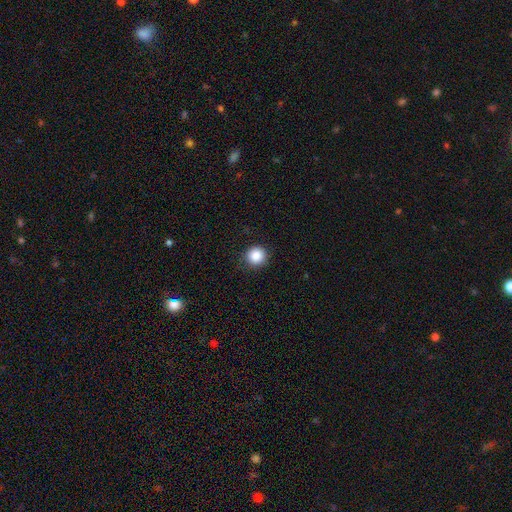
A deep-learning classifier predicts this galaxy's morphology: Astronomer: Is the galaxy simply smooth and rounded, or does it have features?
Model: smooth — 86%.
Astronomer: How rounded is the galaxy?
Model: round — 94%.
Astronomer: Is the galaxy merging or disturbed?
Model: none — 90%.